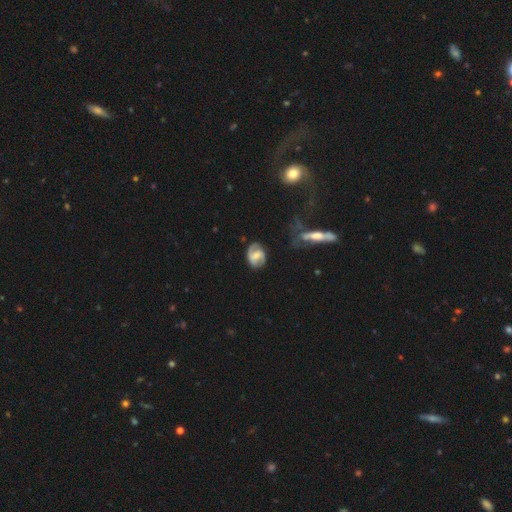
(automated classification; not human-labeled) Smooth or featured: featured or disk — 72% (smooth — 22%)
Edge-on disk: no — 96% (yes — 4%)
Bar: weak — 47% (no — 33%)
Spiral arms: yes — 89% (no — 11%)
Spiral winding: medium — 45% (tight — 33%)
Spiral arm count: 2 — 84% (can't tell — 9%)
Bulge size: moderate — 47% (small — 39%)
Merging: none — 71% (minor disturbance — 20%)